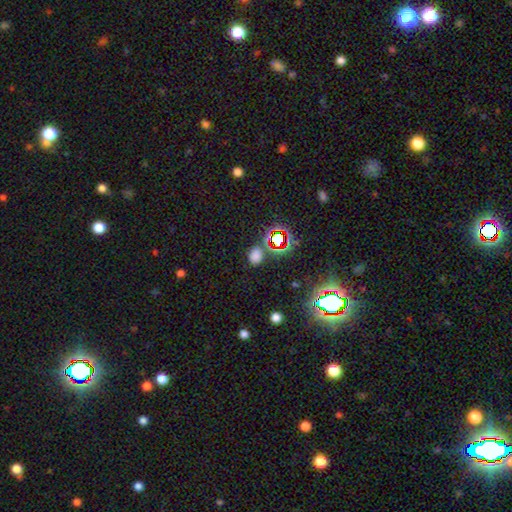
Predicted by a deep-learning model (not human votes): The model was most divided on "how rounded": in between: 50%, round: 49%, cigar-shaped: 2%. More confident: merging — none (76%); smooth or featured — smooth (63%).